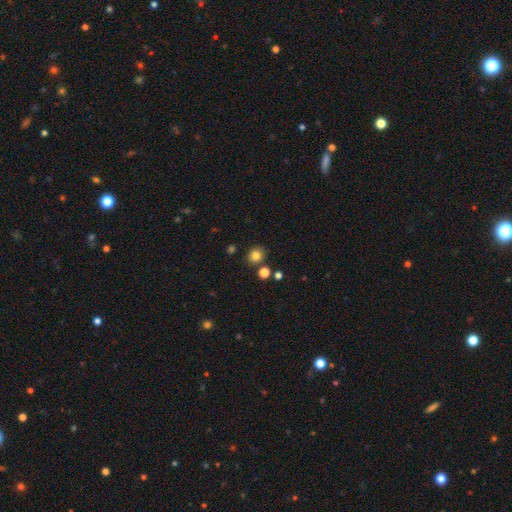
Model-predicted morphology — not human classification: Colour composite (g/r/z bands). It shows a smooth galaxy with no disk features (81%) that is round (80%). Merging: none (83%).